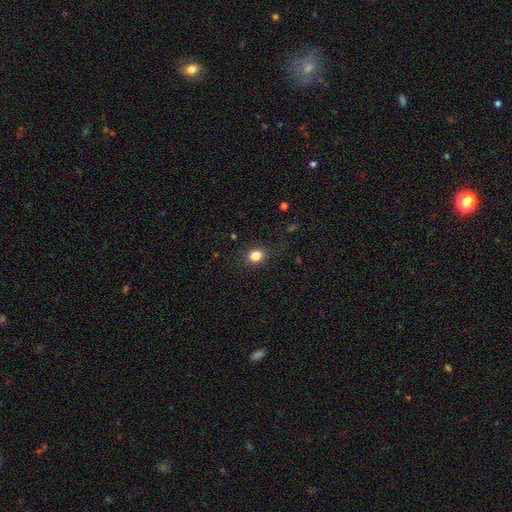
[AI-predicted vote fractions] Smooth or featured? Predicted: smooth (p=0.83). How rounded? Predicted: round (p=0.57). Merging? Predicted: none (p=0.83).